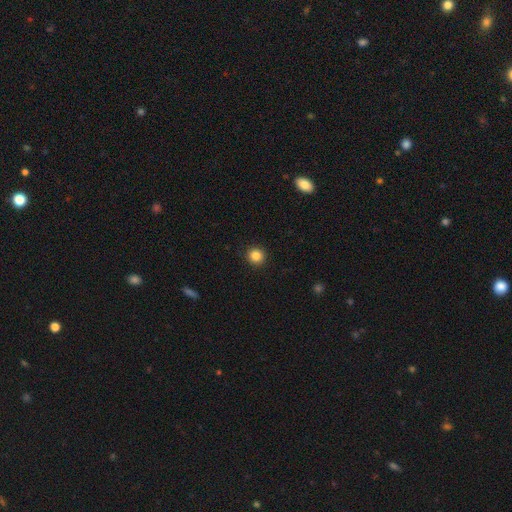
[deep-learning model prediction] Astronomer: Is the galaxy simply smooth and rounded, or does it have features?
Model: smooth — 85%.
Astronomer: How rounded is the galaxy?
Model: round — 94%.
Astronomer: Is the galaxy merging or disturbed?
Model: none — 93%.